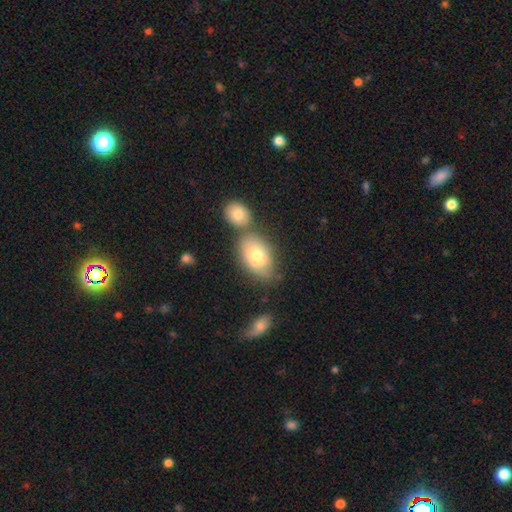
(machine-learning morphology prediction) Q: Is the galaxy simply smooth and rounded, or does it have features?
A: smooth — 71%.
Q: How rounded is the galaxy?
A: in between — 85%.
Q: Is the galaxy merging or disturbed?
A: none — 47%.